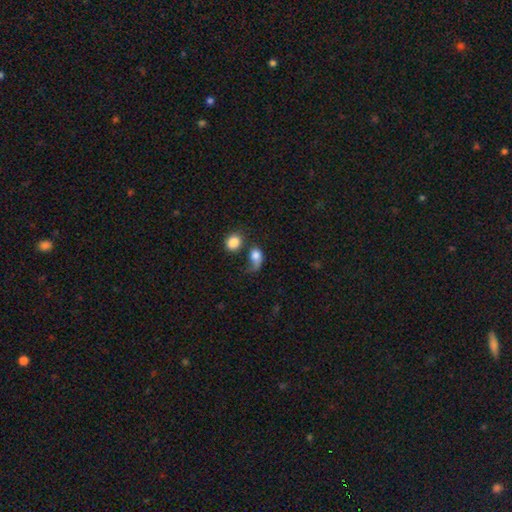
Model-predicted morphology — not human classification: smooth 75%, featured or disk 16%, star or artifact 9%. Down the decision tree: how rounded — in between (63%); merging — major disturbance (34%).